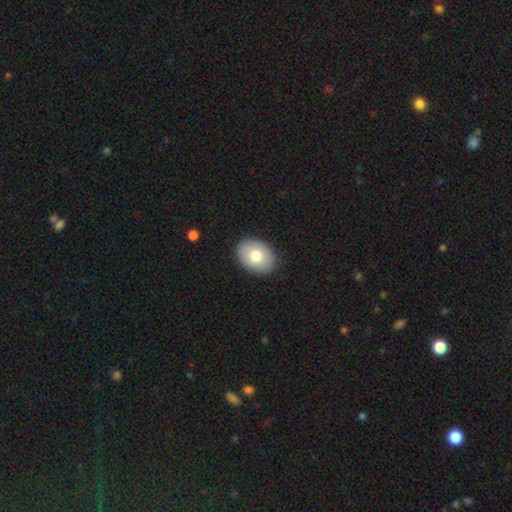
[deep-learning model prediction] The model was most divided on "how rounded": in between: 72%, round: 27%, cigar-shaped: 1%. More confident: merging — none (89%); smooth or featured — smooth (78%).